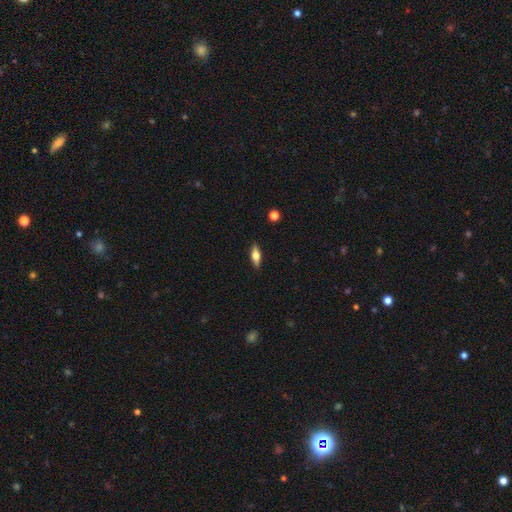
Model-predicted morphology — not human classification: A smooth galaxy with no disk features (54%) that is in between round and cigar-shaped (63%).

Vote fractions:
- Smooth or featured? smooth: 54% / featured or disk: 38% / star or artifact: 7%
- How rounded? in between: 63% / cigar-shaped: 33% / round: 4%
- Merging? none: 88% / minor disturbance: 9% / major disturbance: 2% / merger: 1%